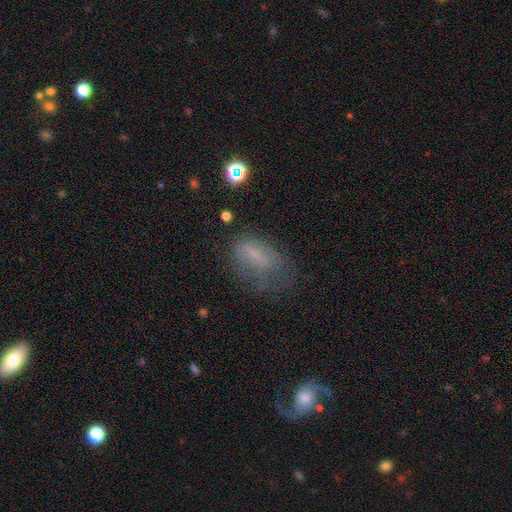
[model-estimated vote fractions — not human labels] smooth_or_featured: smooth (p=0.57) [alt: featured or disk p=0.28]
how_rounded: in between (p=0.80) [alt: cigar-shaped p=0.12]
merging: none (p=0.45) [alt: minor disturbance p=0.27]